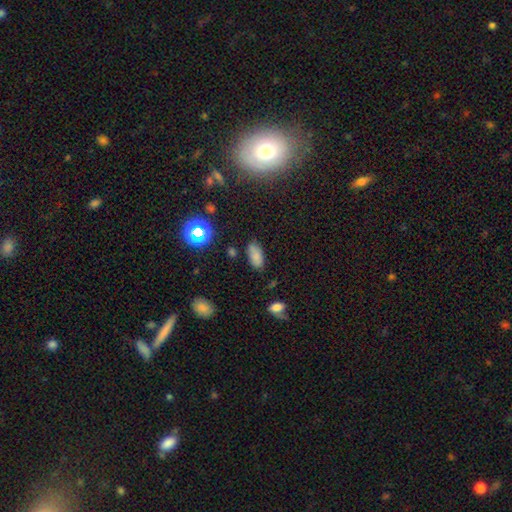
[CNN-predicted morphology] Smooth or featured?
  - smooth: 79% *
  - star or artifact: 14%
  - featured or disk: 7%
How rounded?
  - in between: 90% *
  - cigar-shaped: 7%
  - round: 3%
Merging?
  - none: 80% *
  - minor disturbance: 14%
  - major disturbance: 4%
  - merger: 3%